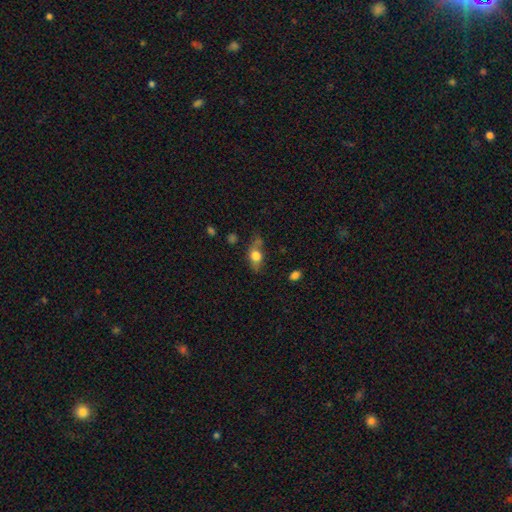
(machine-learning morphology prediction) smooth_or_featured: smooth (p=0.66) [alt: featured or disk p=0.25]
how_rounded: in between (p=0.69) [alt: round p=0.19]
merging: none (p=0.57) [alt: minor disturbance p=0.28]